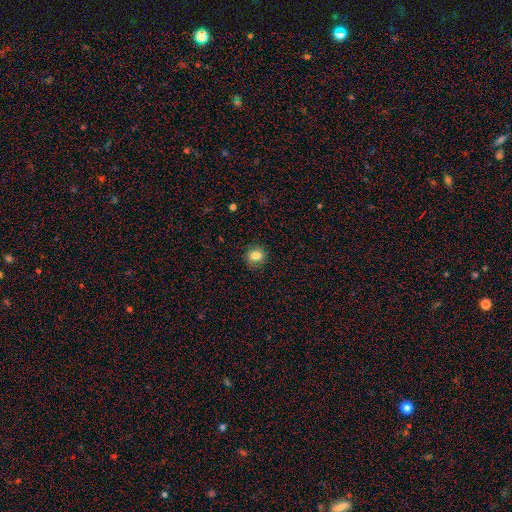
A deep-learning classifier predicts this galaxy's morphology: type=smooth (83%); roundness=round (80%); merging=none (88%).